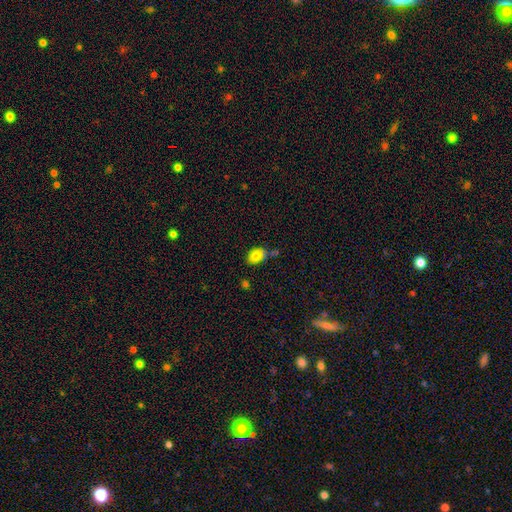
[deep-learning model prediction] This appears to be a smooth galaxy with no disk features (80%) that is in between round and cigar-shaped (74%). Merging: none (61%).